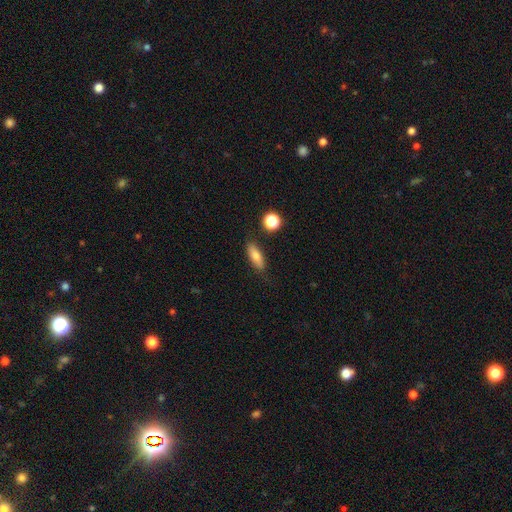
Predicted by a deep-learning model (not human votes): smooth-or-featured: smooth: 76% | featured or disk: 15% | star or artifact: 9%
  how-rounded: in between: 55% | cigar-shaped: 41% | round: 4%
  merging: none: 82% | minor disturbance: 12% | major disturbance: 3% | merger: 3%